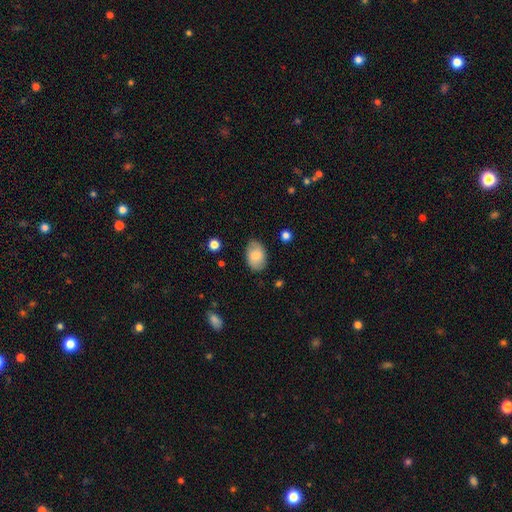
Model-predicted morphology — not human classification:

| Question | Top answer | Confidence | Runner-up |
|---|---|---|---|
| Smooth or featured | smooth | 75% | featured or disk (19%) |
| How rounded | in between | 86% | round (13%) |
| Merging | none | 82% | minor disturbance (14%) |